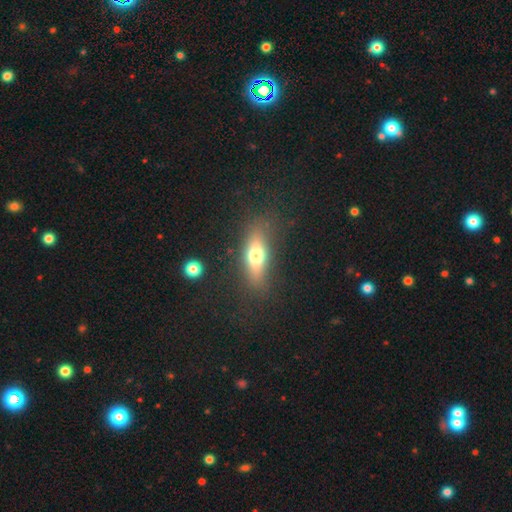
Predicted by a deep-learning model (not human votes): This appears to be a smooth galaxy with no disk features (61%) that is in between round and cigar-shaped (60%). Merging: none (82%).